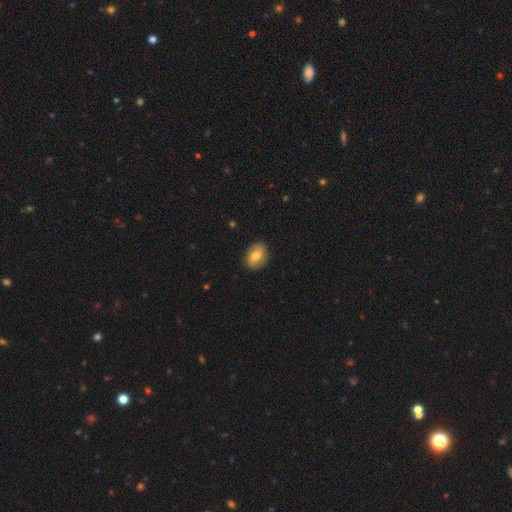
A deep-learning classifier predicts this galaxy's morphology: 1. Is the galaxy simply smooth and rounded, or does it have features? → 69% smooth, 23% featured or disk, 8% star or artifact.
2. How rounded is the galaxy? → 63% in between, 36% round, 1% cigar-shaped.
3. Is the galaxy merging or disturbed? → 87% none, 9% minor disturbance, 2% major disturbance, 1% merger.